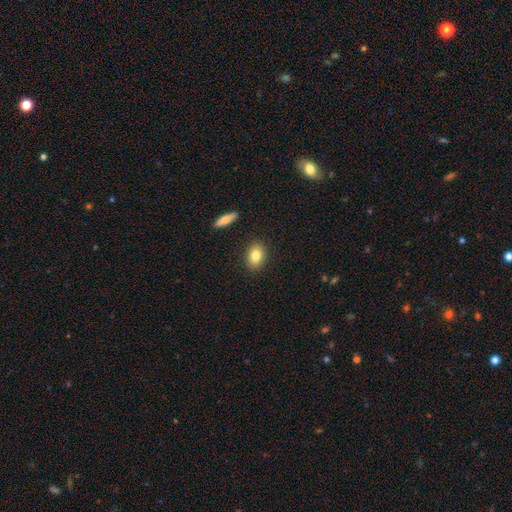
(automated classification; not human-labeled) The model was most divided on "how rounded": in between: 80%, round: 18%, cigar-shaped: 2%. More confident: merging — none (88%); smooth or featured — smooth (82%).